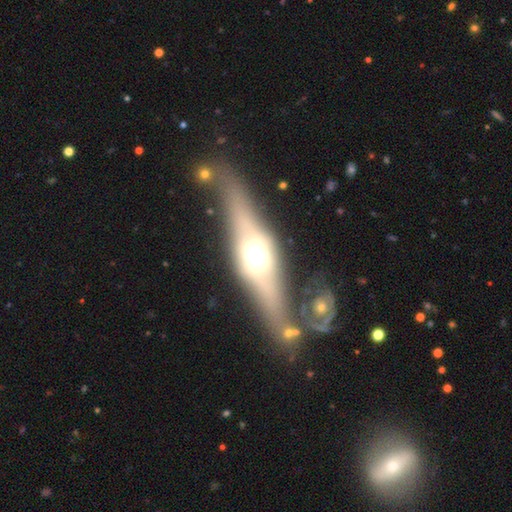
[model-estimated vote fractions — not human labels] This is likely a featured or disk galaxy (71%). It is clearly viewed edge-on (88%). Edge-on bulge: clearly rounded (87%). Merging: likely none (71%).